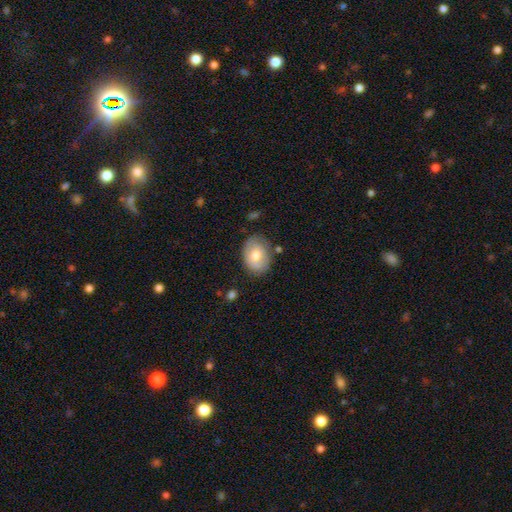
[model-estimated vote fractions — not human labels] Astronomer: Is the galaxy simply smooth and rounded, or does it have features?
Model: smooth — 66%.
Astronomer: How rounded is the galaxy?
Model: in between — 68%.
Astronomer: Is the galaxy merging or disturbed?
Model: none — 73%.